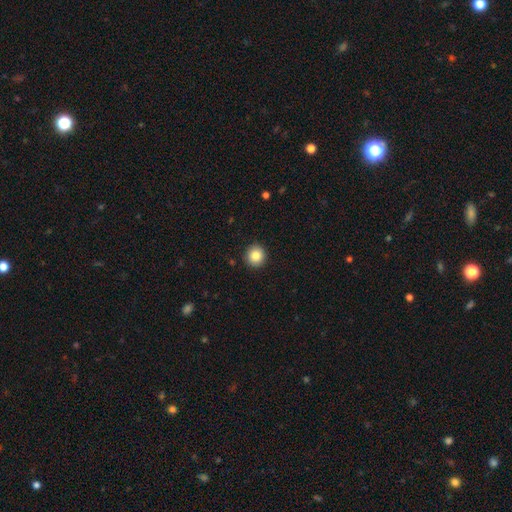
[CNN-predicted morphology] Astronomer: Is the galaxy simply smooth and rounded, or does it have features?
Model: smooth — 85%.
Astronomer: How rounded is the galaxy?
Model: round — 92%.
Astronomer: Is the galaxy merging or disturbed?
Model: none — 92%.